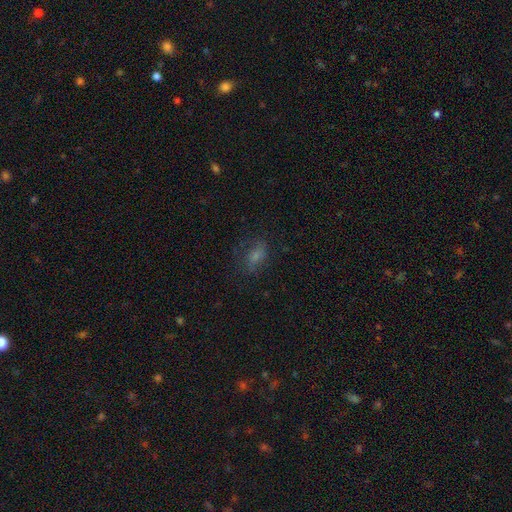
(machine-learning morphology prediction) smooth_or_featured: smooth (p=0.46) [alt: featured or disk p=0.29]
merging: none (p=0.70) [alt: minor disturbance p=0.18]